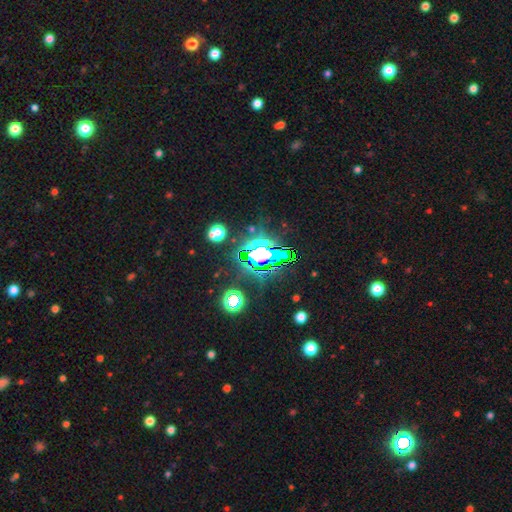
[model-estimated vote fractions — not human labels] This appears to be a star or artifact, not a galaxy (75%).